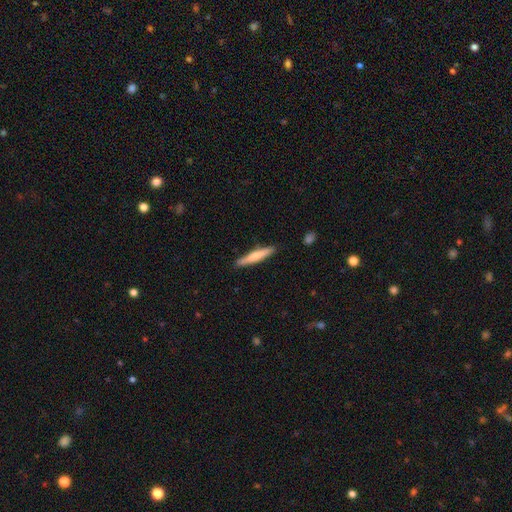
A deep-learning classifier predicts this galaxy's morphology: smooth_or_featured: smooth (p=0.61) [alt: featured or disk p=0.33]
how_rounded: cigar-shaped (p=0.91) [alt: in between p=0.07]
merging: none (p=0.88) [alt: minor disturbance p=0.09]